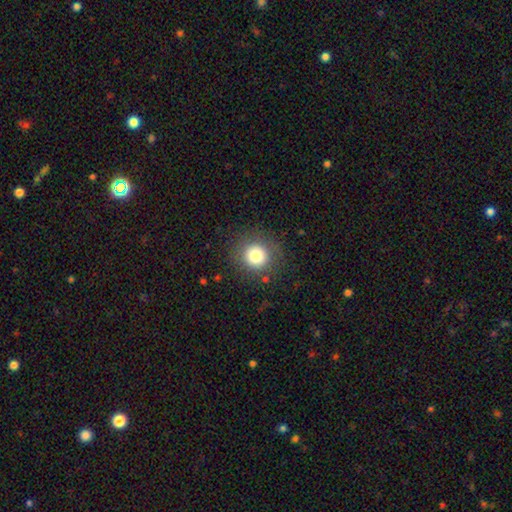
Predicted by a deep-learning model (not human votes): smooth_or_featured: smooth (p=0.79) [alt: star or artifact p=0.12]
how_rounded: round (p=0.93) [alt: in between p=0.06]
merging: none (p=0.87) [alt: minor disturbance p=0.08]